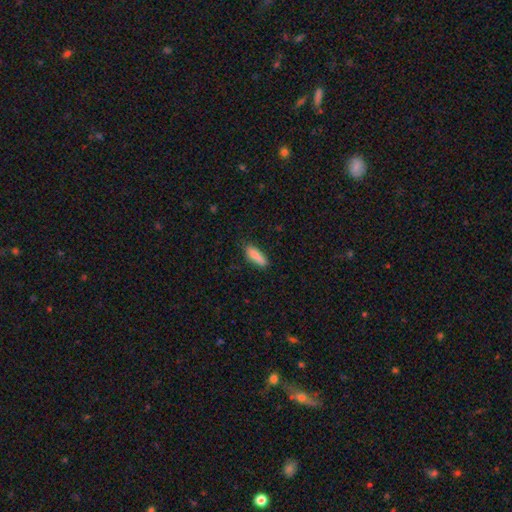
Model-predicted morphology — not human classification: Overall: smooth (86%). How rounded: cigar-shaped (53%; in between 45%). Merging: none (76%).